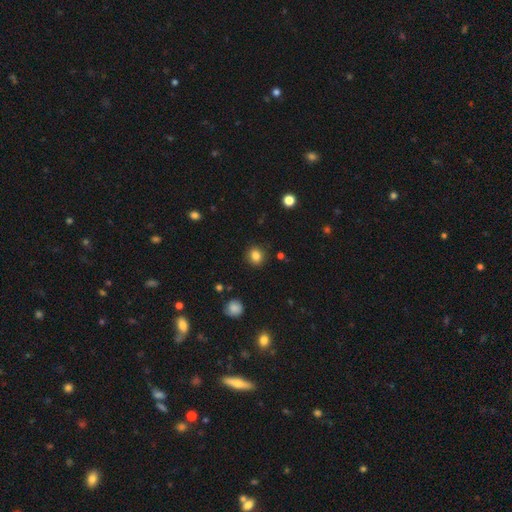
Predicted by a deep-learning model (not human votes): Smooth or featured: smooth — 83% (star or artifact — 11%)
How rounded: round — 78% (in between — 21%)
Merging: none — 89% (minor disturbance — 7%)